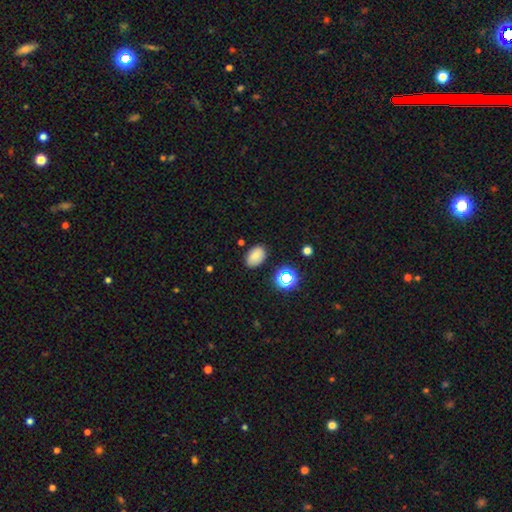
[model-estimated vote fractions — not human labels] Smooth or featured?
  - smooth: 78% *
  - star or artifact: 14%
  - featured or disk: 8%
How rounded?
  - in between: 84% *
  - round: 15%
  - cigar-shaped: 1%
Merging?
  - none: 83% *
  - minor disturbance: 12%
  - major disturbance: 3%
  - merger: 2%